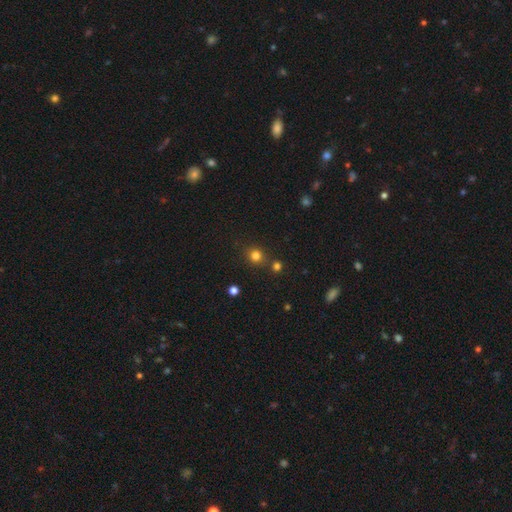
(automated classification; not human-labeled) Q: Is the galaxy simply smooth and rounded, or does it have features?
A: smooth — 79%.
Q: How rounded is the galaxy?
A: round — 88%.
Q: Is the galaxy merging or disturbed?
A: none — 78%.